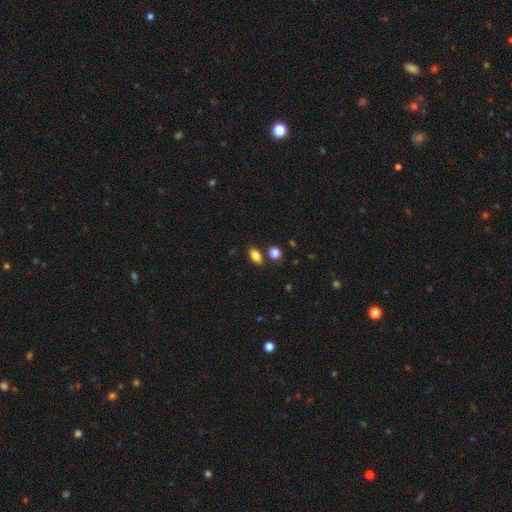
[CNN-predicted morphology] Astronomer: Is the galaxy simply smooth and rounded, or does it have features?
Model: smooth — 82%.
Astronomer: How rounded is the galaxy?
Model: in between — 85%.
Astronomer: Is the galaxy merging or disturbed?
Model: none — 79%.